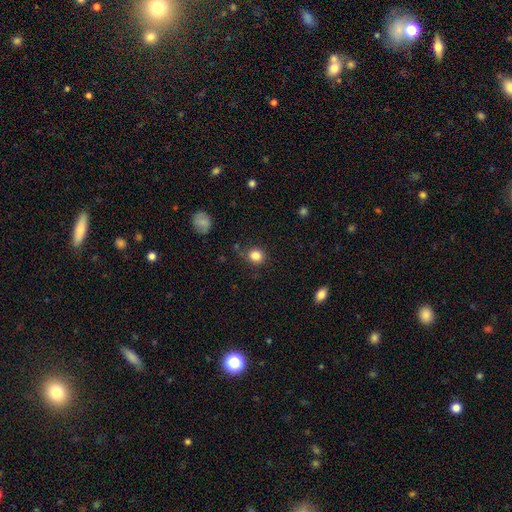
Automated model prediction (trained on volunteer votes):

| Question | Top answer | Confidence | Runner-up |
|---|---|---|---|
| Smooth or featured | smooth | 84% | star or artifact (11%) |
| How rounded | round | 84% | in between (15%) |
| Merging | none | 80% | minor disturbance (14%) |